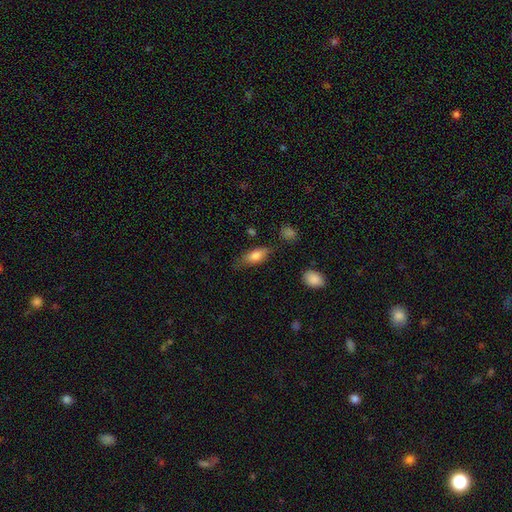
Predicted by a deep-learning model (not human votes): Smooth or featured?
  - smooth: 79% *
  - featured or disk: 14%
  - star or artifact: 7%
How rounded?
  - in between: 81% *
  - cigar-shaped: 16%
  - round: 3%
Merging?
  - none: 70% *
  - minor disturbance: 21%
  - major disturbance: 6%
  - merger: 3%